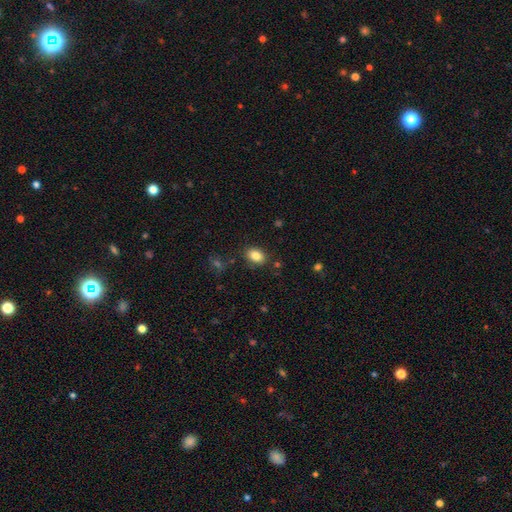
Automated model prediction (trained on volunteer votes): A smooth galaxy with no disk features (84%) that is in between round and cigar-shaped (76%).

Vote fractions:
- Smooth or featured? smooth: 84% / star or artifact: 9% / featured or disk: 7%
- How rounded? in between: 76% / round: 22% / cigar-shaped: 1%
- Merging? none: 84% / minor disturbance: 11% / major disturbance: 3% / merger: 2%